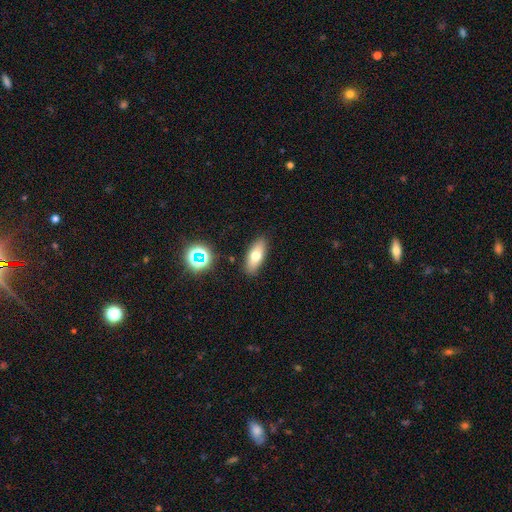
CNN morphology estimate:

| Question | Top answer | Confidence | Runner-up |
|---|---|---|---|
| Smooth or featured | smooth | 69% | featured or disk (21%) |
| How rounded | in between | 74% | cigar-shaped (22%) |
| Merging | none | 88% | minor disturbance (8%) |